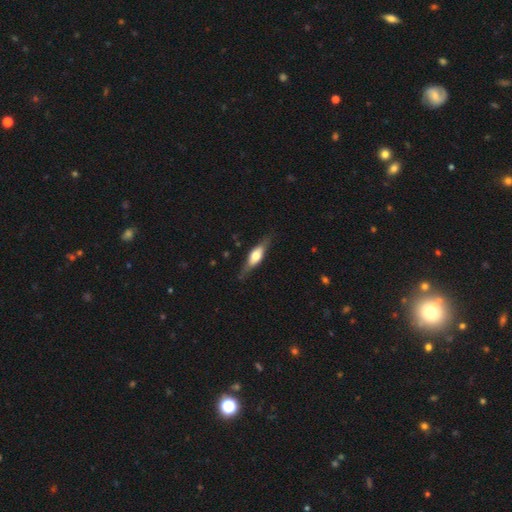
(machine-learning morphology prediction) Smooth or featured? featured or disk (50%)
Merging? none (78%)